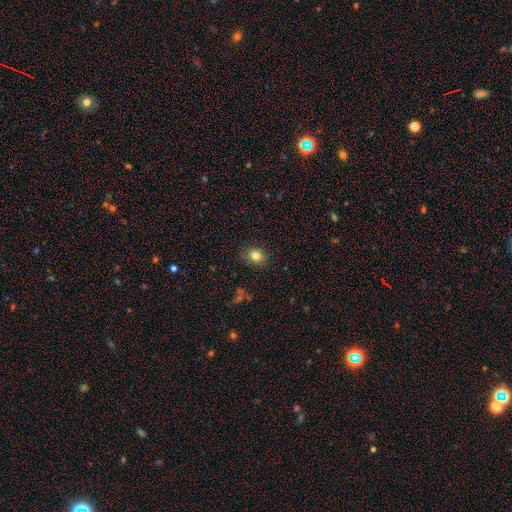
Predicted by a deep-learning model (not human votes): A smooth galaxy with no disk features (81%) that is round (51%).

Vote fractions:
- Smooth or featured? smooth: 81% / star or artifact: 11% / featured or disk: 8%
- How rounded? round: 51% / in between: 48% / cigar-shaped: 1%
- Merging? none: 86% / minor disturbance: 10% / major disturbance: 3% / merger: 1%